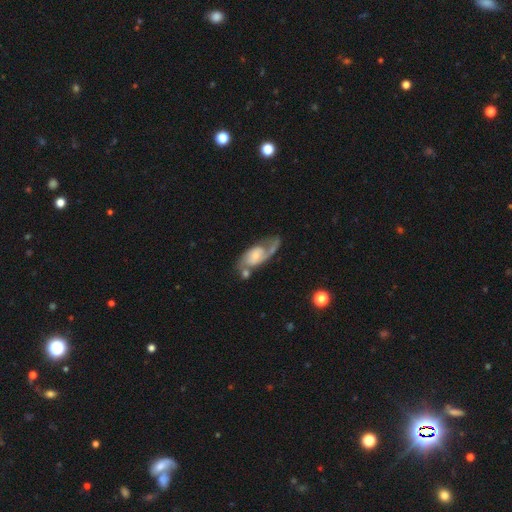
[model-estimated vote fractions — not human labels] Q: Smooth or featured?
A: featured or disk (74%); runner-up: smooth (21%)
Q: Edge-on disk?
A: no (94%); runner-up: yes (6%)
Q: Bar?
A: no (51%); runner-up: weak (39%)
Q: Spiral arms?
A: yes (90%); runner-up: no (10%)
Q: Spiral winding?
A: medium (46%); runner-up: loose (35%)
Q: Spiral arm count?
A: 2 (66%); runner-up: 1 (22%)
Q: Bulge size?
A: small (53%); runner-up: moderate (31%)
Q: Merging?
A: none (43%); runner-up: minor disturbance (20%)